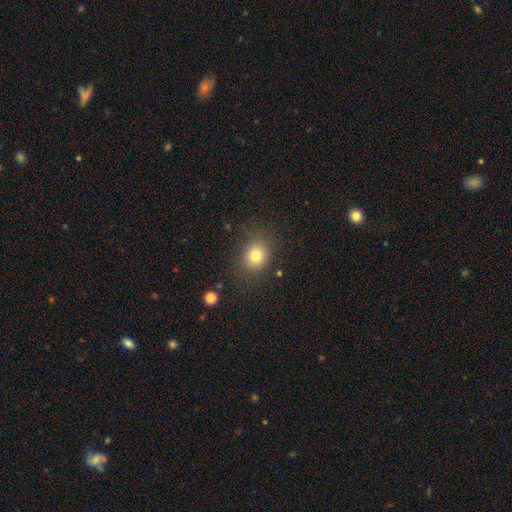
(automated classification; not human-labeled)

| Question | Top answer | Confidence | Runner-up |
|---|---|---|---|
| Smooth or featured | smooth | 78% | star or artifact (13%) |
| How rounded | round | 67% | in between (33%) |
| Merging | none | 82% | minor disturbance (11%) |